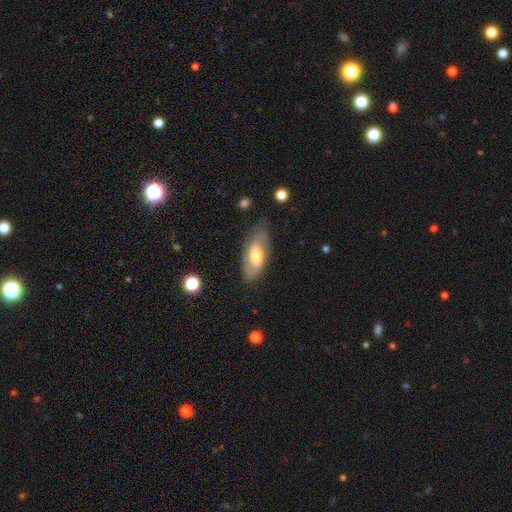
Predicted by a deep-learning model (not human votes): A featured or disk galaxy (54%).

Vote fractions:
- Smooth or featured? featured or disk: 54% / smooth: 39% / star or artifact: 6%
- Edge-on disk? no: 85% / yes: 15%
- Merging? none: 68% / minor disturbance: 22% / major disturbance: 8% / merger: 2%